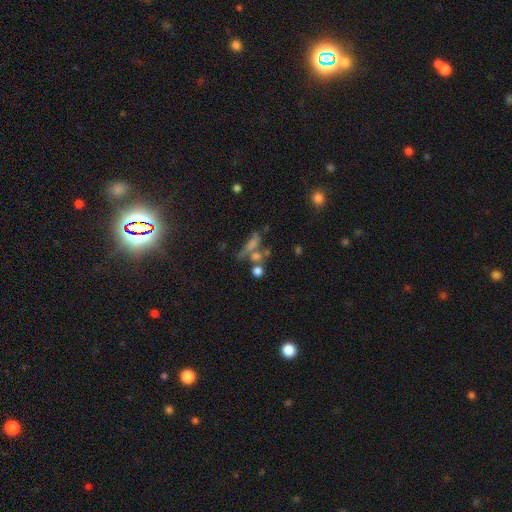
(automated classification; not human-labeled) Smooth or featured?
  - smooth: 49% *
  - featured or disk: 28%
  - star or artifact: 23%
Merging?
  - none: 45% *
  - merger: 29%
  - minor disturbance: 14%
  - major disturbance: 13%